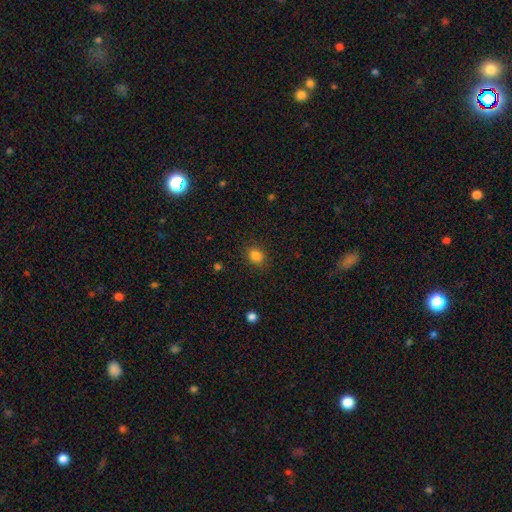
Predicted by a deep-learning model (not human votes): A smooth galaxy with no disk features (84%) that is round (59%).

Vote fractions:
- Smooth or featured? smooth: 84% / star or artifact: 12% / featured or disk: 4%
- How rounded? round: 59% / in between: 40% / cigar-shaped: 1%
- Merging? none: 87% / minor disturbance: 9% / major disturbance: 3% / merger: 1%